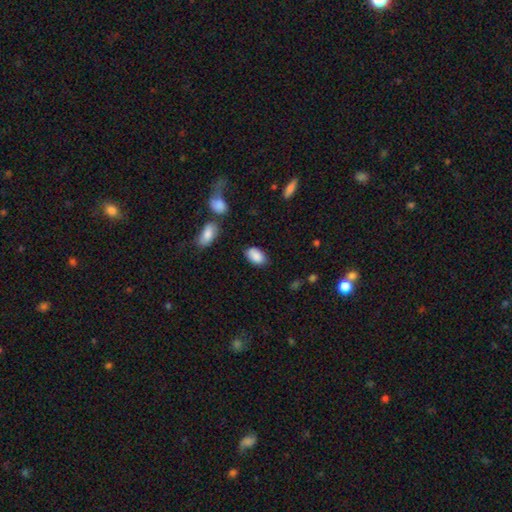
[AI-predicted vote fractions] smooth_or_featured: smooth (p=0.88) [alt: star or artifact p=0.07]
how_rounded: in between (p=0.92) [alt: round p=0.07]
merging: none (p=0.79) [alt: minor disturbance p=0.15]